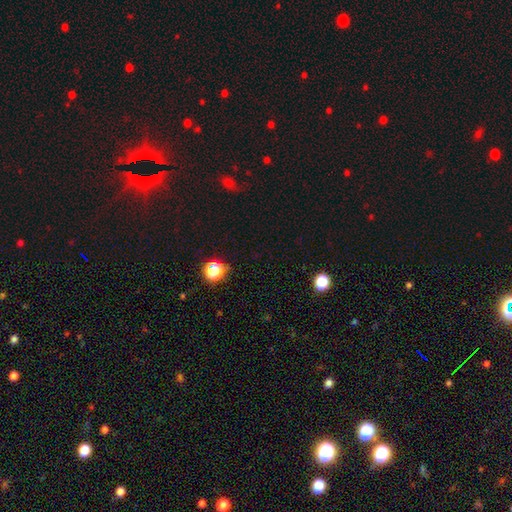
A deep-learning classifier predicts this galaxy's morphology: Smooth or featured: star or artifact — 61% (smooth — 32%)